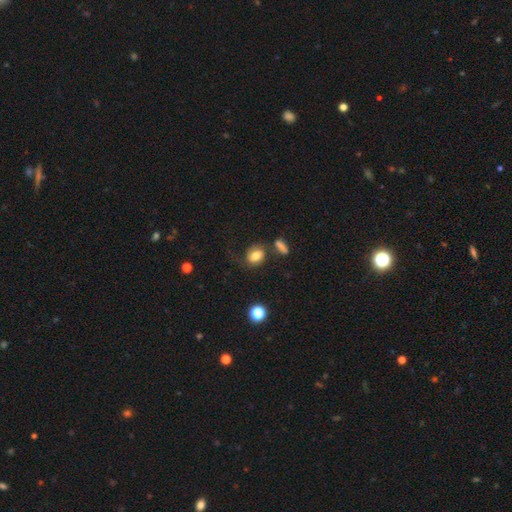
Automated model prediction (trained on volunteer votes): Smooth or featured? Predicted: smooth (p=0.70). How rounded? Predicted: in between (p=0.54). Merging? Predicted: none (p=0.55).